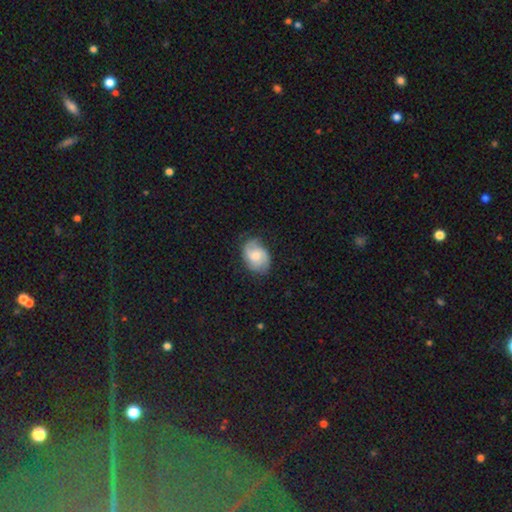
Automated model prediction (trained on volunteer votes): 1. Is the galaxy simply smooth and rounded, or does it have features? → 51% featured or disk, 42% smooth, 7% star or artifact.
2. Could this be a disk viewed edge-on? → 97% no, 3% yes.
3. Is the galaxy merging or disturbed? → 70% none, 22% minor disturbance, 7% major disturbance, 1% merger.